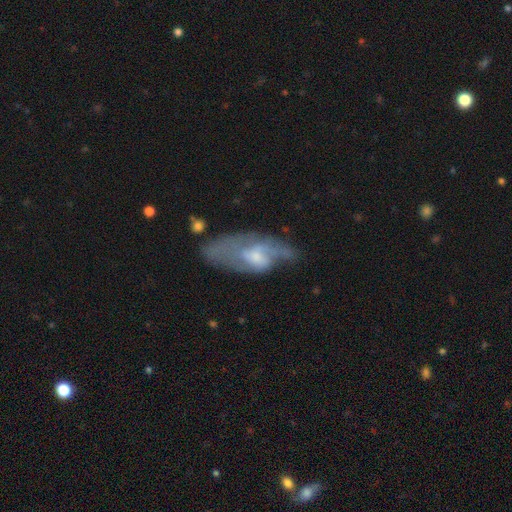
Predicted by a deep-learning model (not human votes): This appears to be a featured or disk galaxy (62%) with no bar (60%), spiral arms (65%) and a small central bulge (47%). Merging: none (43%).